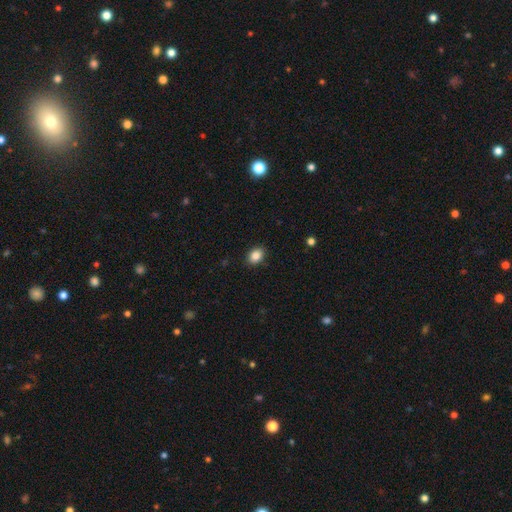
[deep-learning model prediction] A smooth galaxy with no disk features (86%) that is in between round and cigar-shaped (72%).

Vote fractions:
- Smooth or featured? smooth: 86% / star or artifact: 9% / featured or disk: 5%
- How rounded? in between: 72% / round: 27% / cigar-shaped: 1%
- Merging? none: 88% / minor disturbance: 8% / major disturbance: 2% / merger: 1%